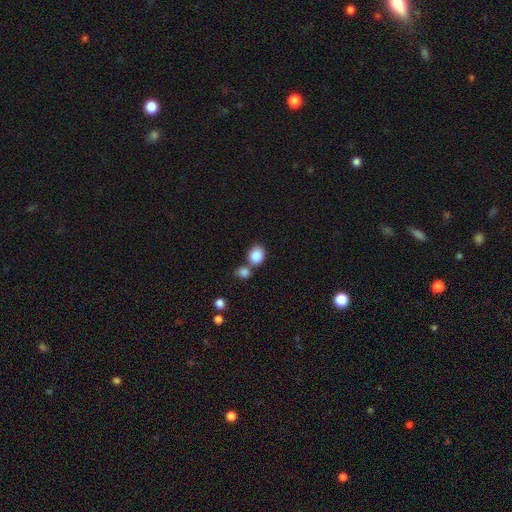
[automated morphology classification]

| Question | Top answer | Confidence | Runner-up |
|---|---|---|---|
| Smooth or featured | smooth | 86% | star or artifact (8%) |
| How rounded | round | 55% | in between (44%) |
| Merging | none | 55% | merger (31%) |